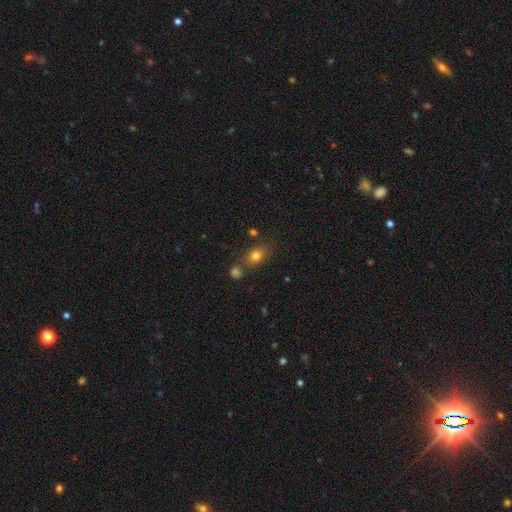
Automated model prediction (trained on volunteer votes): Smooth or featured? smooth (78%)
How rounded? in between (66%)
Merging? none (64%)